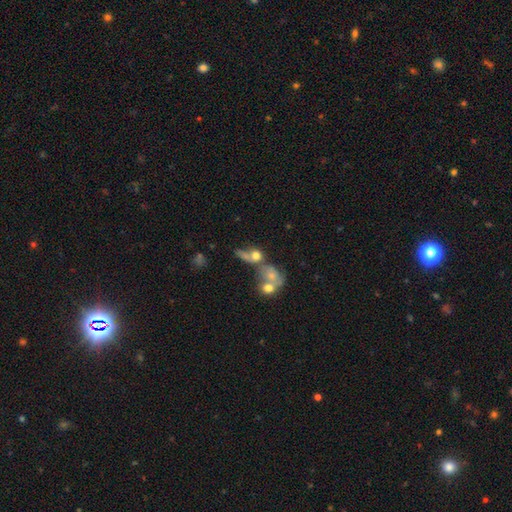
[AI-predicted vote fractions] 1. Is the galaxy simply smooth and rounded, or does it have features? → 60% smooth, 25% featured or disk, 15% star or artifact.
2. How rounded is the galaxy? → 57% round, 39% in between, 4% cigar-shaped.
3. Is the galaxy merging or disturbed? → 57% merger, 20% none, 14% major disturbance, 9% minor disturbance.